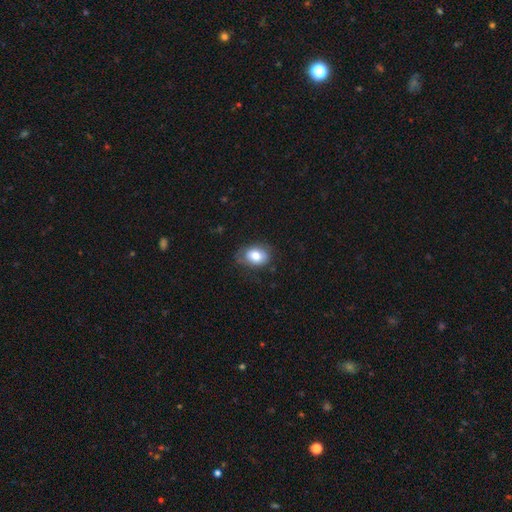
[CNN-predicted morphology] Q: Smooth or featured?
A: smooth (75%); runner-up: featured or disk (17%)
Q: How rounded?
A: in between (75%); runner-up: round (24%)
Q: Merging?
A: none (67%); runner-up: minor disturbance (24%)